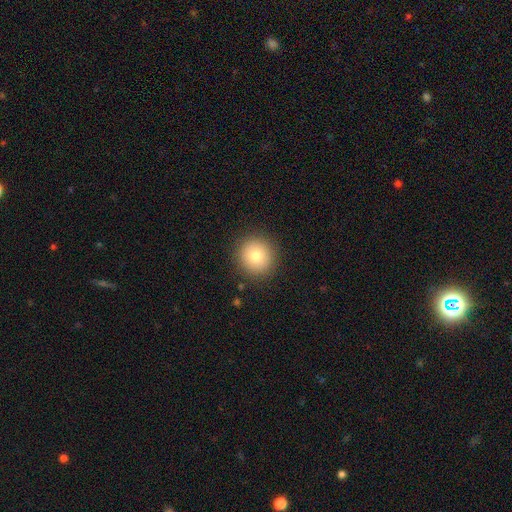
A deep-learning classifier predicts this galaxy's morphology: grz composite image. It shows a smooth galaxy with no disk features (79%) that is round (93%). Merging: none (90%).